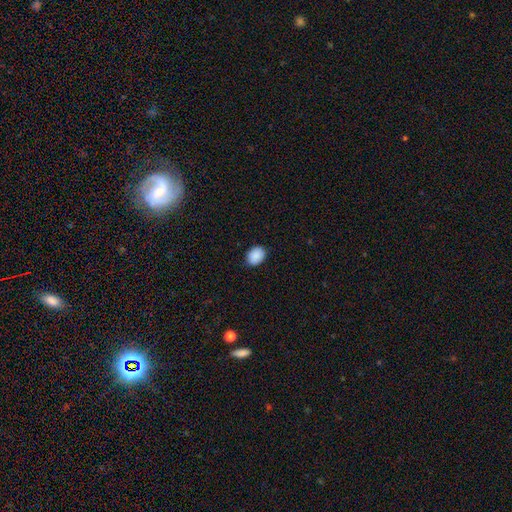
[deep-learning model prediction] Morphology: type=smooth (90%); roundness=in between (62%); merging=none (87%).